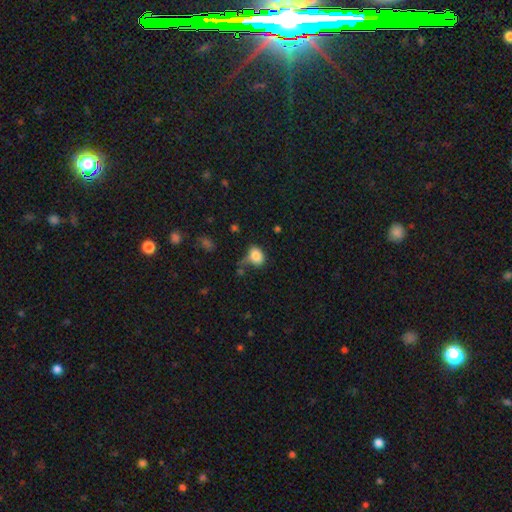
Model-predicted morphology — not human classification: This appears to be a smooth galaxy with no disk features (83%) that is in between round and cigar-shaped (73%). Merging: none (47%).